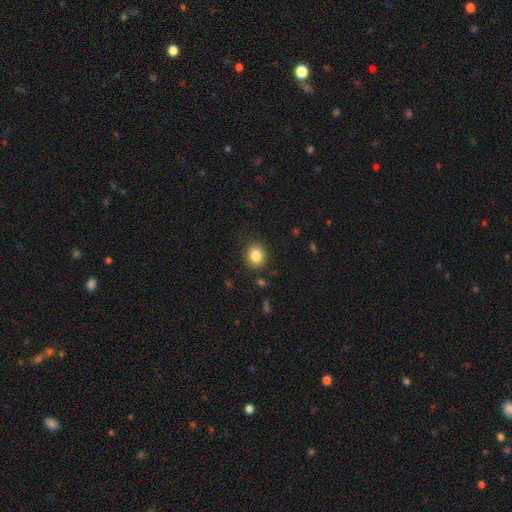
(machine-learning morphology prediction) smooth 85%, star or artifact 10%, featured or disk 6%. Down the decision tree: how rounded — round (60%); merging — none (88%).